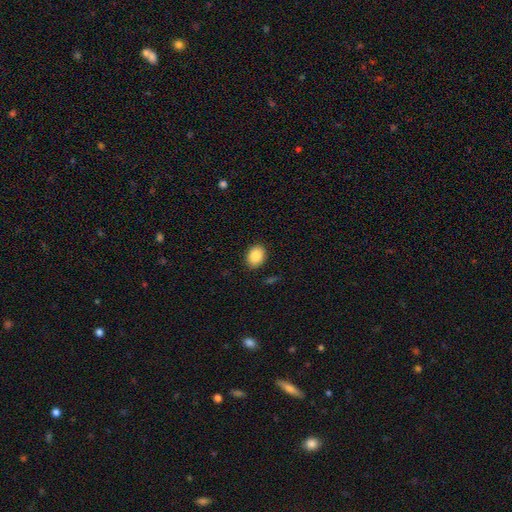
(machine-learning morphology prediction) Q: Smooth or featured?
A: smooth (88%); runner-up: star or artifact (8%)
Q: How rounded?
A: in between (67%); runner-up: round (32%)
Q: Merging?
A: none (88%); runner-up: minor disturbance (8%)